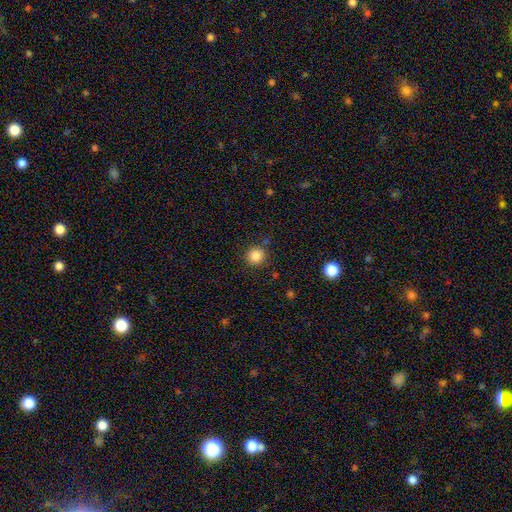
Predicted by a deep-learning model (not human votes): smooth-or-featured: smooth: 85% | star or artifact: 11% | featured or disk: 4%
  how-rounded: round: 92% | in between: 7% | cigar-shaped: 1%
  merging: none: 86% | minor disturbance: 8% | major disturbance: 3% | merger: 3%